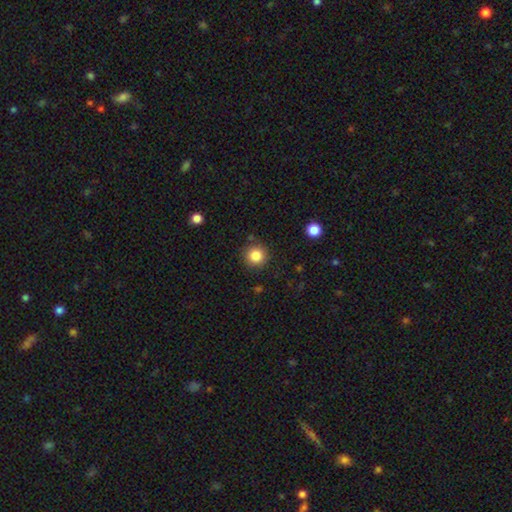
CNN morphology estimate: Smooth or featured?
  - smooth: 84% *
  - star or artifact: 11%
  - featured or disk: 5%
How rounded?
  - round: 94% *
  - in between: 5%
  - cigar-shaped: 1%
Merging?
  - none: 87% *
  - minor disturbance: 8%
  - major disturbance: 3%
  - merger: 2%